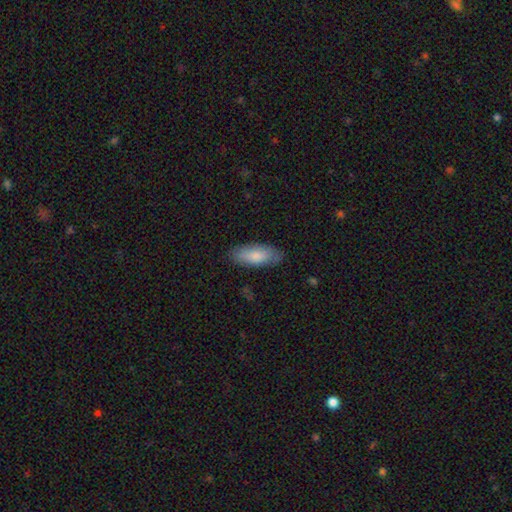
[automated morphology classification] This is clearly a smooth galaxy (80%). How rounded: clearly in between (80%). Merging: clearly none (82%).